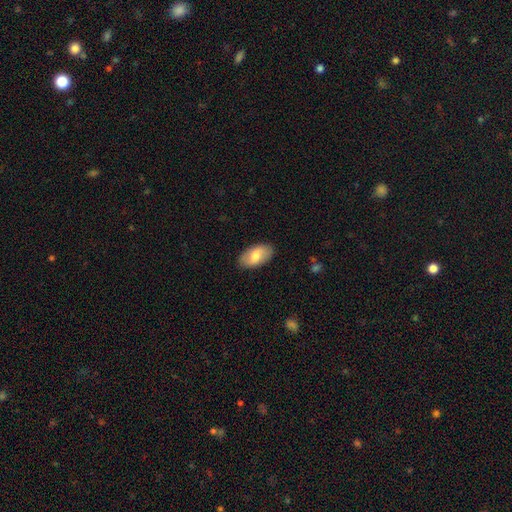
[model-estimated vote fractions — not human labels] smooth_or_featured: smooth (p=0.67) [alt: featured or disk p=0.27]
how_rounded: in between (p=0.94) [alt: round p=0.04]
merging: none (p=0.87) [alt: minor disturbance p=0.10]